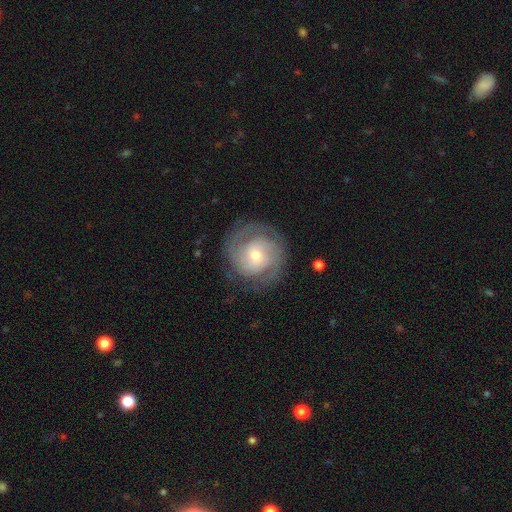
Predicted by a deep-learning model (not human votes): A featured or disk galaxy (80%) with no bar (63%), 2 (60%) tight (62%) spiral arms (93%) and a moderate central bulge (51%).

Vote fractions:
- Smooth or featured? featured or disk: 80% / smooth: 14% / star or artifact: 6%
- Edge-on disk? no: 98% / yes: 2%
- Bar? no: 63% / weak: 29% / strong: 7%
- Spiral arms? yes: 93% / no: 7%
- Spiral winding? tight: 62% / medium: 30% / loose: 8%
- Spiral arm count? 2: 60% / can't tell: 18% / 3: 11% / 1: 4% / 4: 3% / more than 4: 3%
- Bulge size? moderate: 51% / small: 44% / large: 3% / none: 1% / dominant: 1%
- Merging? none: 79% / minor disturbance: 13% / major disturbance: 7% / merger: 1%